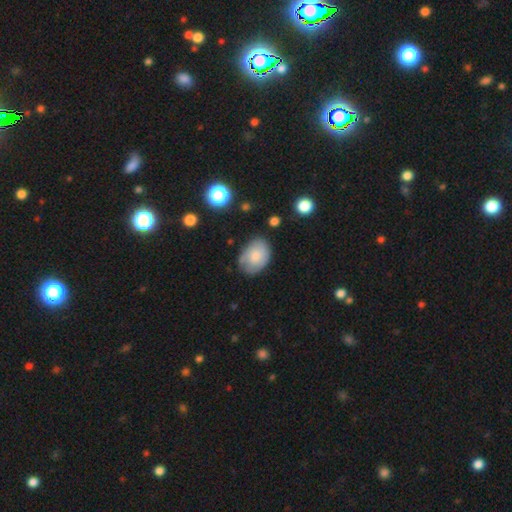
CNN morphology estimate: smooth-or-featured: smooth: 67% | featured or disk: 25% | star or artifact: 8%
  how-rounded: in between: 75% | round: 24% | cigar-shaped: 1%
  merging: none: 68% | minor disturbance: 24% | major disturbance: 6% | merger: 2%